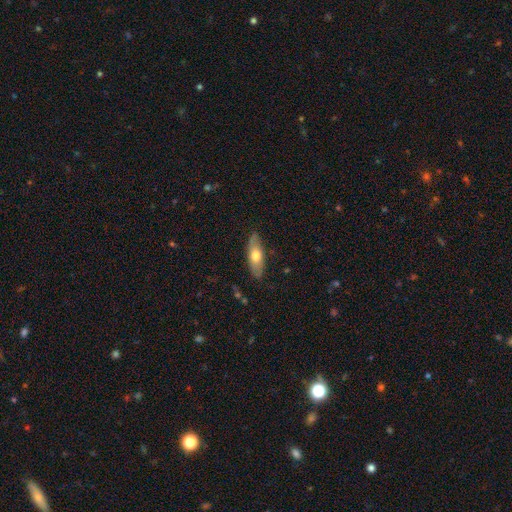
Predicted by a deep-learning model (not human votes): smooth_or_featured: smooth (p=0.59) [alt: featured or disk p=0.35]
how_rounded: in between (p=0.61) [alt: cigar-shaped p=0.36]
merging: none (p=0.81) [alt: minor disturbance p=0.15]